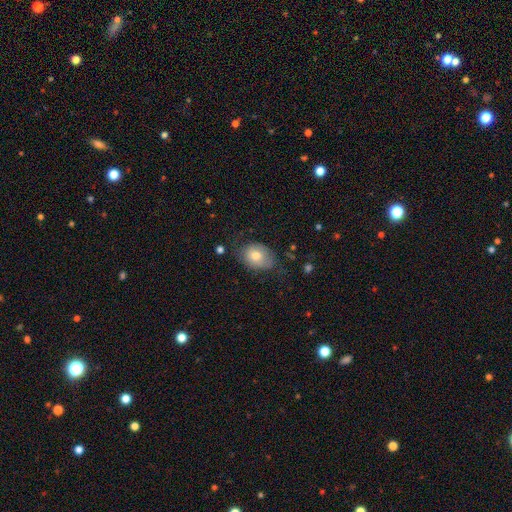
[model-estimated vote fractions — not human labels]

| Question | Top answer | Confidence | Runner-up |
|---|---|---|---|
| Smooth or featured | smooth | 75% | featured or disk (17%) |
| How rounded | in between | 64% | round (35%) |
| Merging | none | 58% | minor disturbance (29%) |